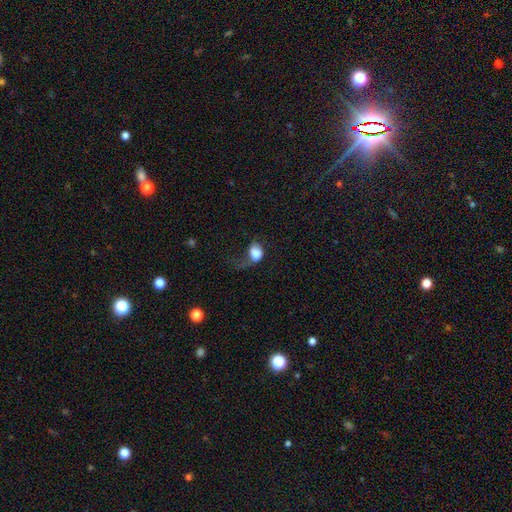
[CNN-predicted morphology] A smooth galaxy with no disk features (78%) that is in between round and cigar-shaped (65%).

Vote fractions:
- Smooth or featured? smooth: 78% / featured or disk: 13% / star or artifact: 9%
- How rounded? in between: 65% / round: 34% / cigar-shaped: 1%
- Merging? major disturbance: 52% / minor disturbance: 22% / none: 21% / merger: 5%